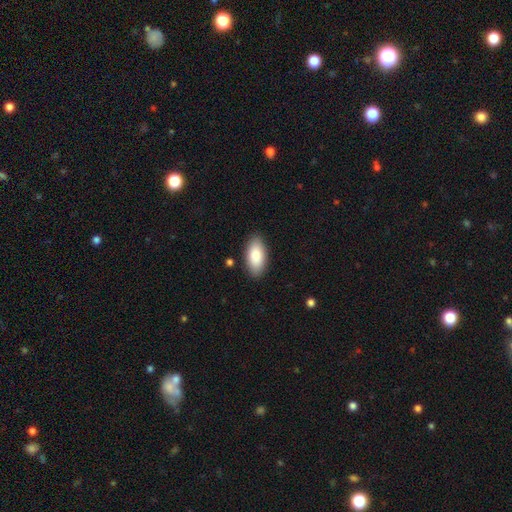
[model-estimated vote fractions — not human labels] Smooth or featured? Predicted: smooth (p=0.84). How rounded? Predicted: in between (p=0.92). Merging? Predicted: none (p=0.87).